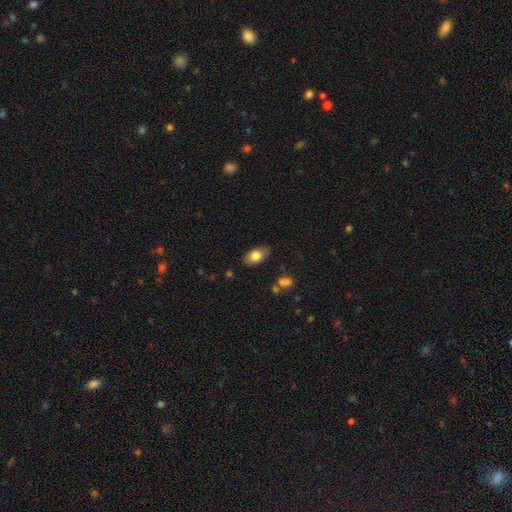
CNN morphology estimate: smooth-or-featured: smooth: 77% | featured or disk: 16% | star or artifact: 7%
  how-rounded: in between: 90% | round: 8% | cigar-shaped: 2%
  merging: none: 79% | minor disturbance: 16% | major disturbance: 3% | merger: 2%